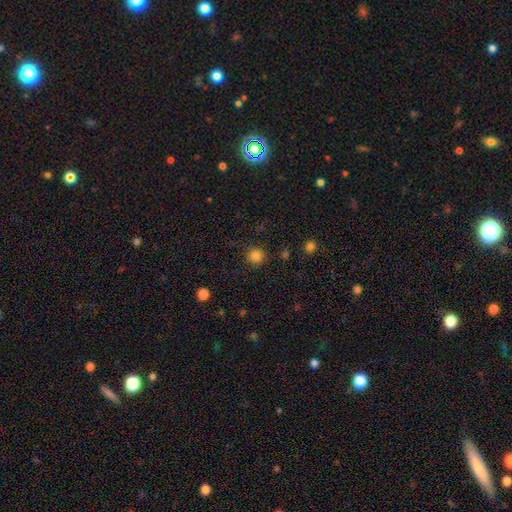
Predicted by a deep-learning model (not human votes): smooth-or-featured: smooth: 84% | star or artifact: 12% | featured or disk: 4%
  how-rounded: round: 93% | in between: 6% | cigar-shaped: 1%
  merging: none: 87% | minor disturbance: 8% | major disturbance: 3% | merger: 2%